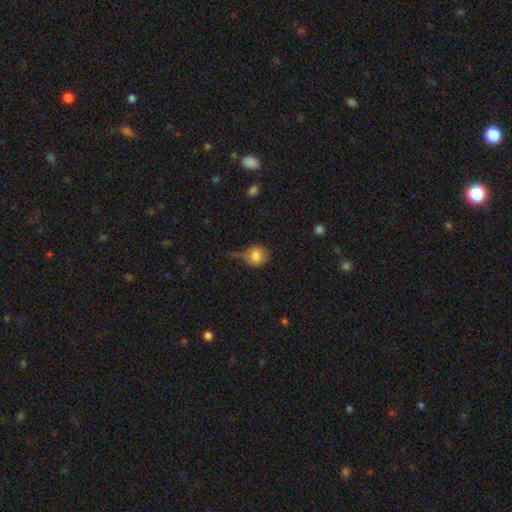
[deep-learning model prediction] Smooth or featured? smooth (76%)
How rounded? round (79%)
Merging? none (44%)